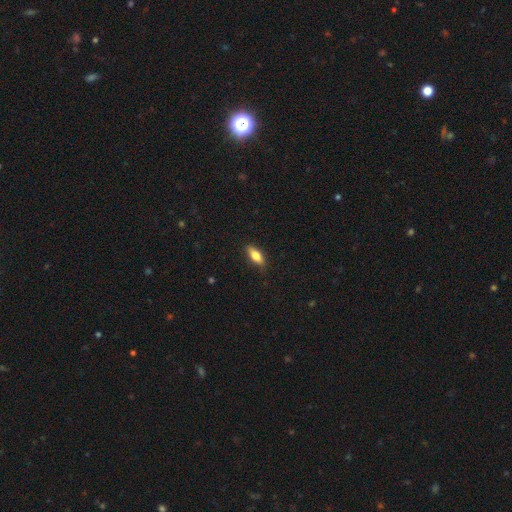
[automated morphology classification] smooth_or_featured: smooth (p=0.73) [alt: featured or disk p=0.20]
how_rounded: in between (p=0.74) [alt: cigar-shaped p=0.23]
merging: none (p=0.84) [alt: minor disturbance p=0.12]